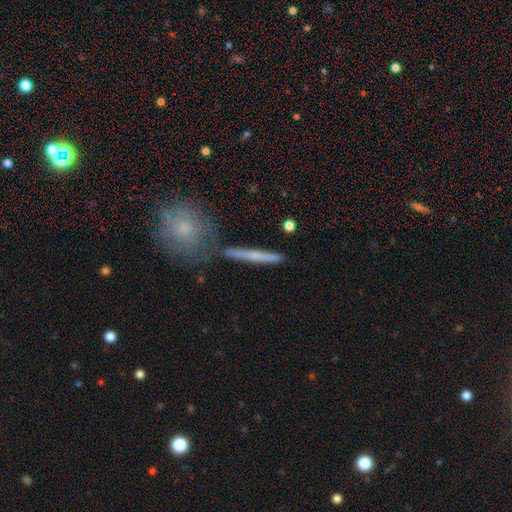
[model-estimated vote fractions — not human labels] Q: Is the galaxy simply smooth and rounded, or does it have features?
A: smooth — 59%.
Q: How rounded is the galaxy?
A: cigar-shaped — 91%.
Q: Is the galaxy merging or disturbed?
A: none — 82%.